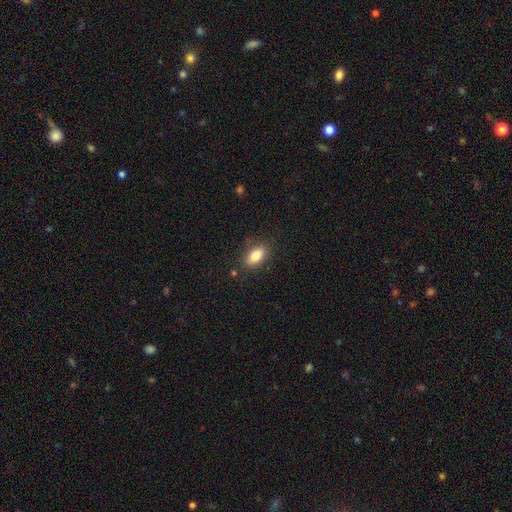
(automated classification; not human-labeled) Smooth or featured?
  - smooth: 83% *
  - featured or disk: 9%
  - star or artifact: 8%
How rounded?
  - in between: 88% *
  - round: 8%
  - cigar-shaped: 4%
Merging?
  - none: 84% *
  - minor disturbance: 12%
  - major disturbance: 3%
  - merger: 2%